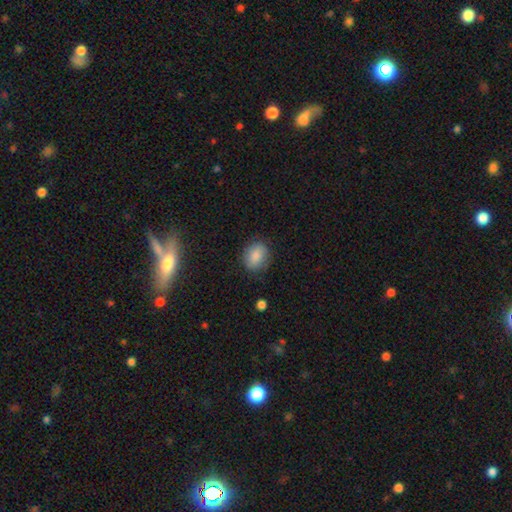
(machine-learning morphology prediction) A smooth galaxy with no disk features (85%) that is in between round and cigar-shaped (50%).

Vote fractions:
- Smooth or featured? smooth: 85% / star or artifact: 8% / featured or disk: 7%
- How rounded? in between: 50% / round: 49% / cigar-shaped: 1%
- Merging? none: 81% / minor disturbance: 14% / major disturbance: 4% / merger: 1%